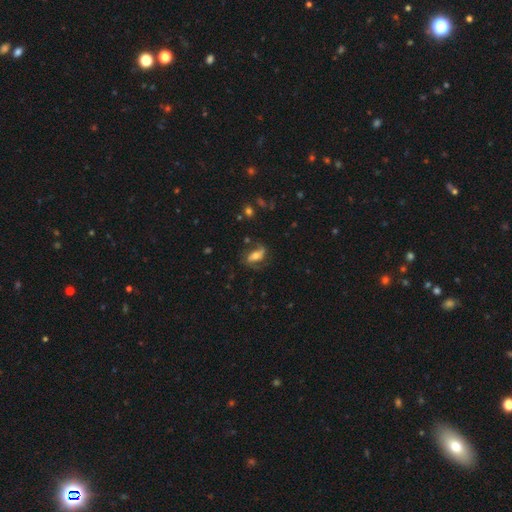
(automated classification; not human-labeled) This is possibly a featured or disk galaxy (59%). It is clearly not viewed edge-on (89%). Bar: marginally no (38%). Spiral arm pattern: clearly yes (83%). Central bulge: likely moderate (61%). Merging: likely none (62%).